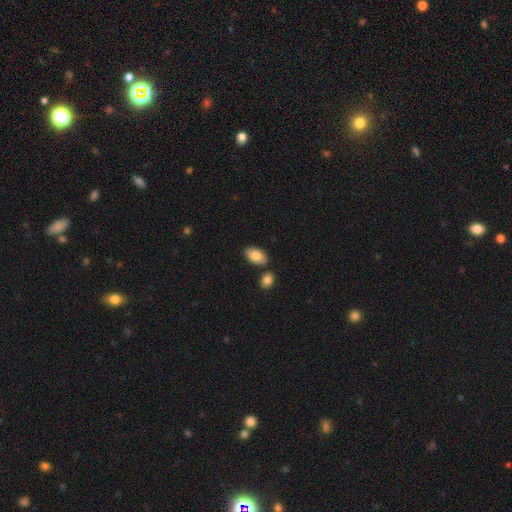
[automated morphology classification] The model was most divided on "merging": none: 78%, minor disturbance: 10%, merger: 10%, major disturbance: 2%. More confident: how rounded — in between (95%); smooth or featured — smooth (85%).